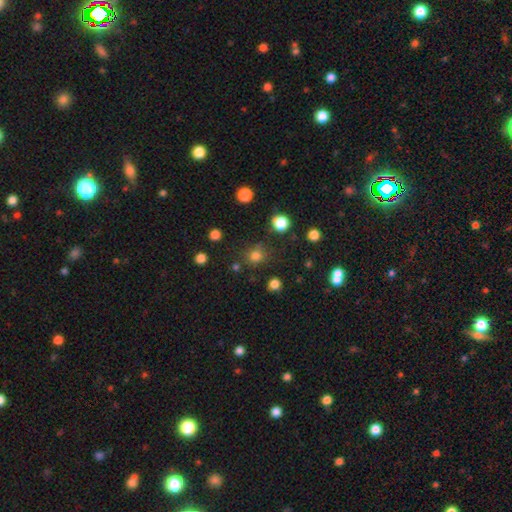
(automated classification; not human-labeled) Smooth or featured?
  - smooth: 76% *
  - star or artifact: 19%
  - featured or disk: 5%
How rounded?
  - round: 87% *
  - in between: 12%
  - cigar-shaped: 1%
Merging?
  - none: 80% *
  - minor disturbance: 11%
  - merger: 6%
  - major disturbance: 4%